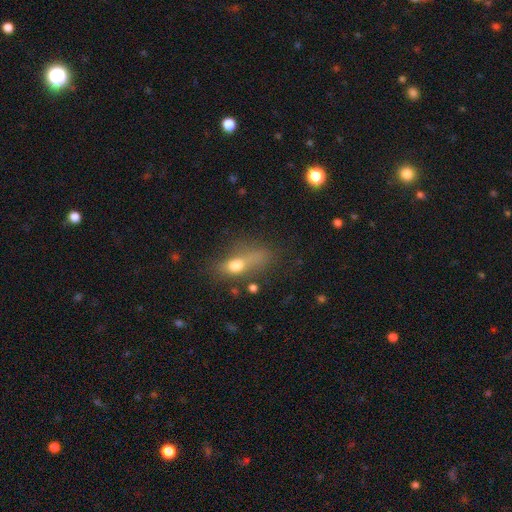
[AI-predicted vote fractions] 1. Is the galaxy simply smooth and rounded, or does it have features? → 63% smooth, 22% featured or disk, 15% star or artifact.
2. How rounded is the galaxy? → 63% in between, 23% cigar-shaped, 15% round.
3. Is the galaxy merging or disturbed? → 37% none, 28% major disturbance, 26% minor disturbance, 9% merger.